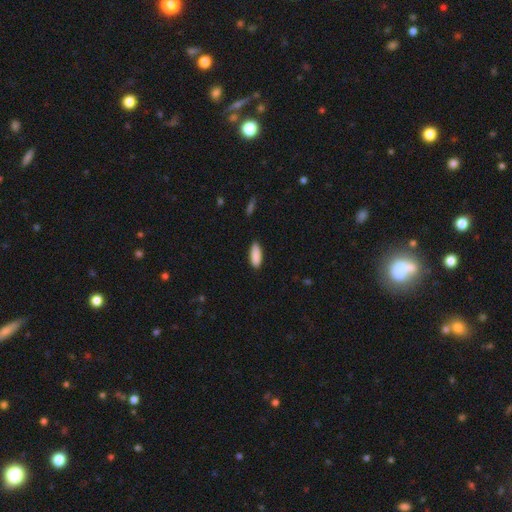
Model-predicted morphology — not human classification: Smooth or featured? smooth (90%)
How rounded? in between (71%)
Merging? none (86%)